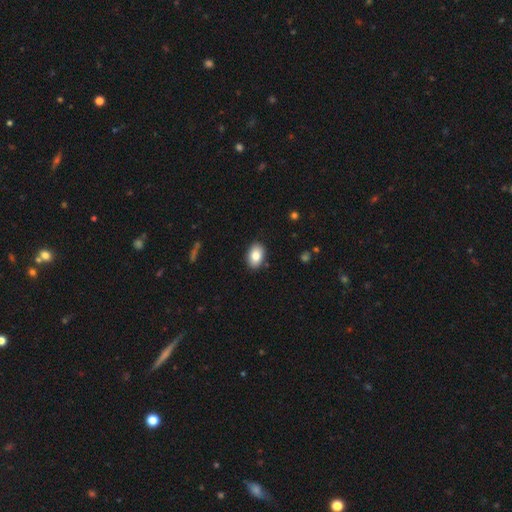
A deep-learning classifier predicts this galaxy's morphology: A smooth galaxy with no disk features (84%) that is in between round and cigar-shaped (87%). Merging: none (88%).